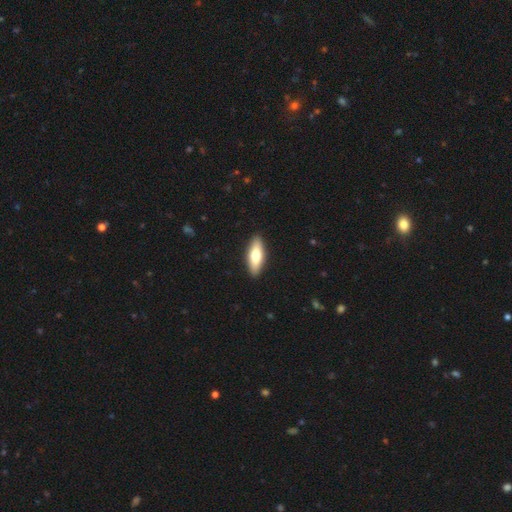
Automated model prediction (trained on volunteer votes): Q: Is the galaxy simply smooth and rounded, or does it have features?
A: smooth — 70%.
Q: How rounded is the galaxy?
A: in between — 59%.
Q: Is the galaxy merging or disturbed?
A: none — 90%.